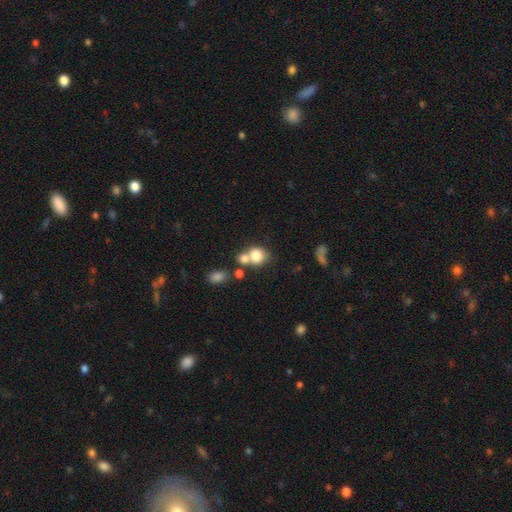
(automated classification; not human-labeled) Overall: smooth (78%). How rounded: round (62%; in between 37%). Merging: merger (51%; none 33%).